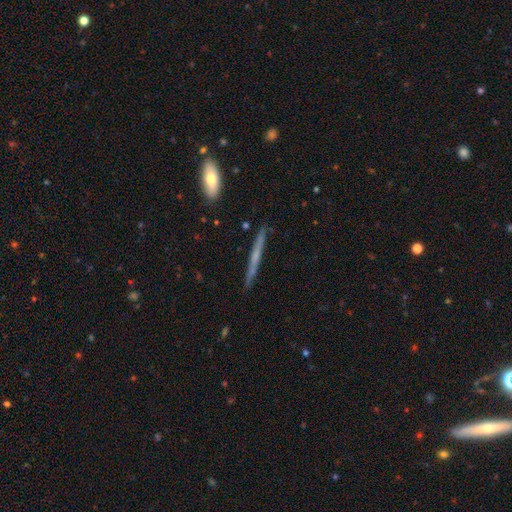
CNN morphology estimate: Overall: featured or disk (55%; smooth 37%). Edge-on disk: yes (95%). Edge-on bulge: none (67%). Merging: none (88%).